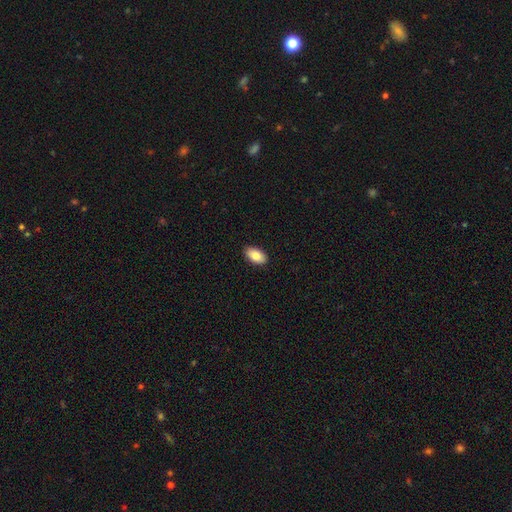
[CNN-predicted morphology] A smooth galaxy with no disk features (83%) that is in between round and cigar-shaped (94%).

Vote fractions:
- Smooth or featured? smooth: 83% / featured or disk: 10% / star or artifact: 7%
- How rounded? in between: 94% / round: 4% / cigar-shaped: 2%
- Merging? none: 90% / minor disturbance: 8% / major disturbance: 2% / merger: 1%